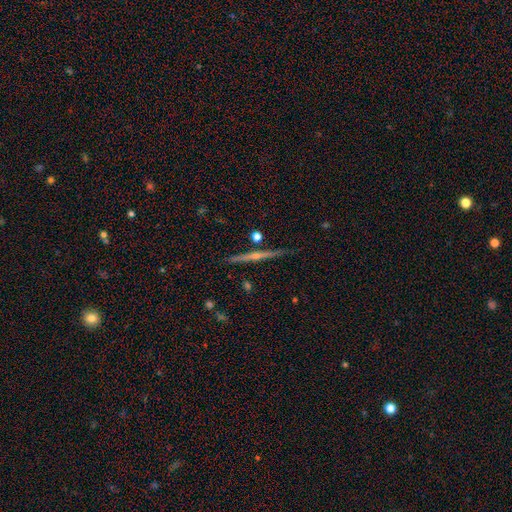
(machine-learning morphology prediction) This is likely a featured or disk galaxy (68%). It is clearly viewed edge-on (95%). Edge-on bulge: likely rounded (65%). Merging: clearly none (87%).